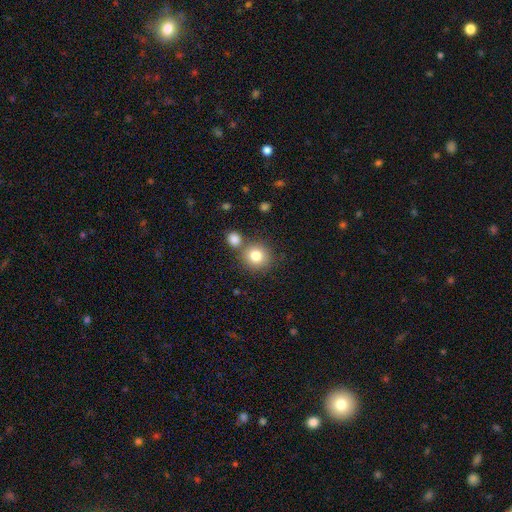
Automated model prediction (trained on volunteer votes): The model was most divided on "merging": none: 68%, merger: 20%, minor disturbance: 9%, major disturbance: 3%. More confident: how rounded — round (89%); smooth or featured — smooth (80%).